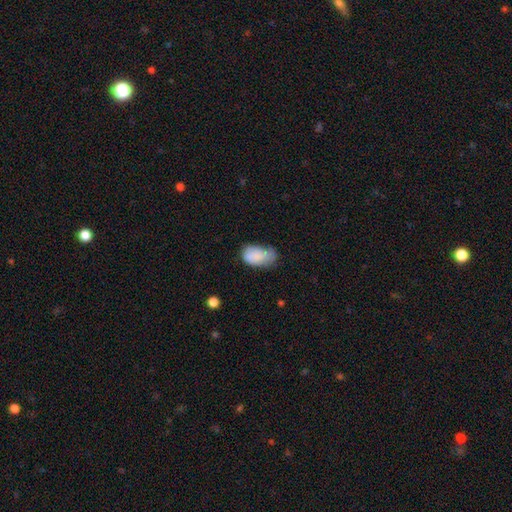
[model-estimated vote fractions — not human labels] smooth 83%, featured or disk 10%, star or artifact 8%. Down the decision tree: how rounded — in between (92%); merging — minor disturbance (42%).